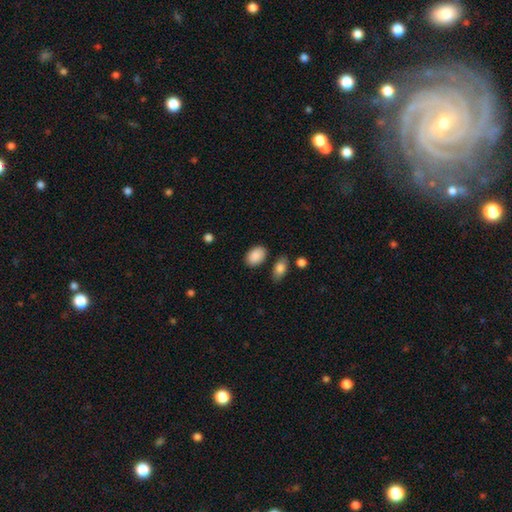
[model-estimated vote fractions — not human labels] This is clearly a smooth galaxy (89%). How rounded: clearly in between (86%). Merging: clearly none (80%).